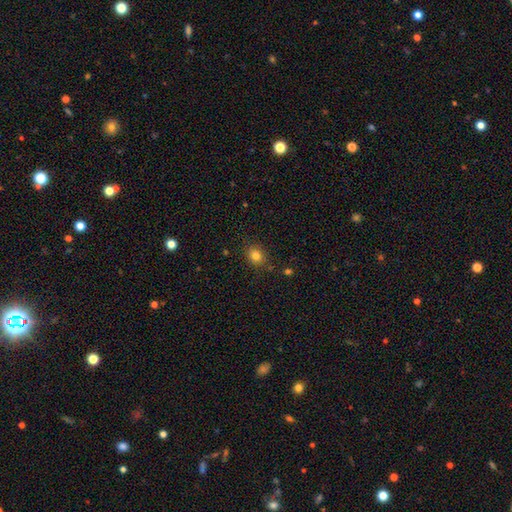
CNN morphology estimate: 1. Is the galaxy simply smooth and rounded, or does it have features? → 81% smooth, 13% star or artifact, 6% featured or disk.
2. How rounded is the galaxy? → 70% round, 30% in between, 1% cigar-shaped.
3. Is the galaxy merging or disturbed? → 85% none, 10% minor disturbance, 3% major disturbance, 2% merger.